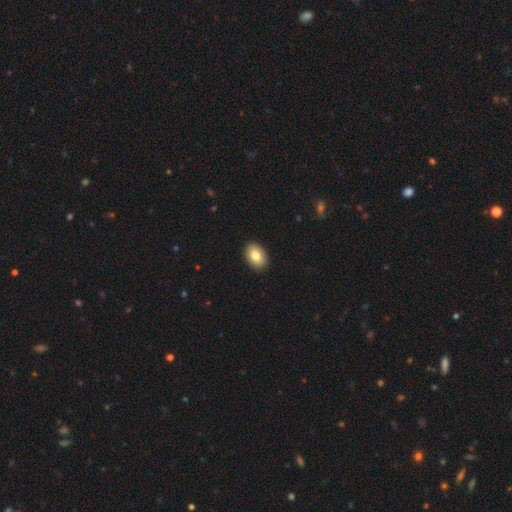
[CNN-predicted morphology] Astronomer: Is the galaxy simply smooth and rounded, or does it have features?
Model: smooth — 82%.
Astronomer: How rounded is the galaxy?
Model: in between — 82%.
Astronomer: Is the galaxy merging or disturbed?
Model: none — 91%.